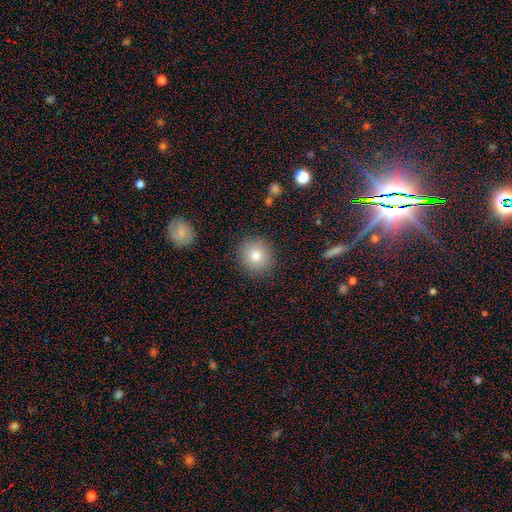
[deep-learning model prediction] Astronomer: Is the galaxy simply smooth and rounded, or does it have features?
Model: smooth — 80%.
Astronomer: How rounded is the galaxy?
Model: round — 87%.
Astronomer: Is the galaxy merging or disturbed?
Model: none — 89%.